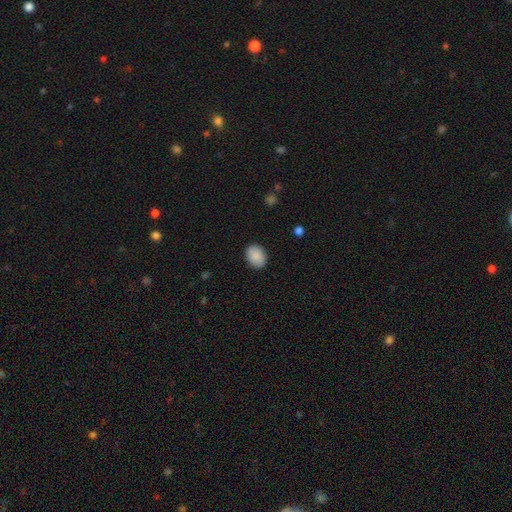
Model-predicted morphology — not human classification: type=smooth (90%); roundness=in between (70%); merging=none (88%).